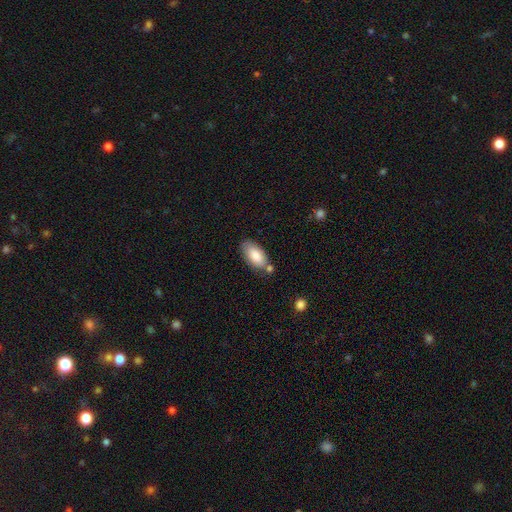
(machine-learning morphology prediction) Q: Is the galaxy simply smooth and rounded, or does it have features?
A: smooth — 83%.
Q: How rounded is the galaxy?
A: in between — 94%.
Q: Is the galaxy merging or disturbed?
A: none — 64%.